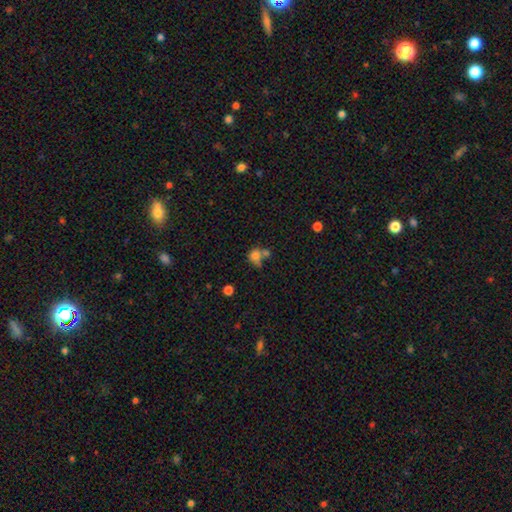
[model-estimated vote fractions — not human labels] This appears to be a smooth galaxy with no disk features (75%) that is round (64%). Merging: merger (42%).